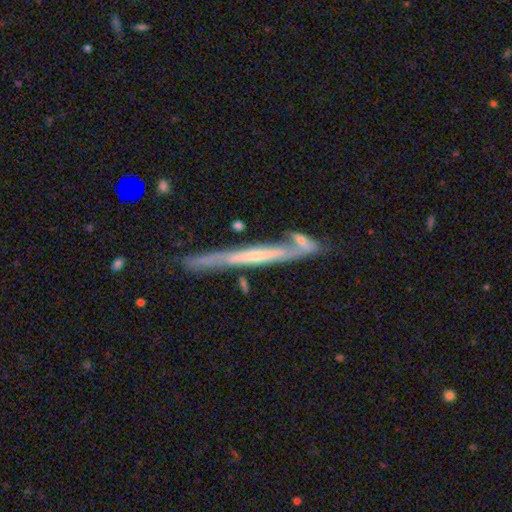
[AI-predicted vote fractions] A featured or disk galaxy (70%) viewed edge-on (87%) with no central bulge (65%). Merging: none (58%).